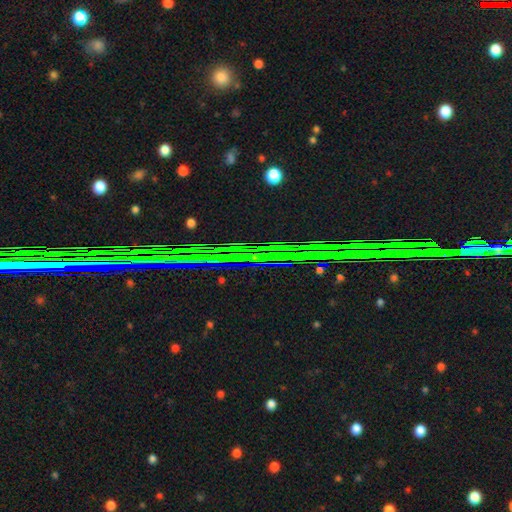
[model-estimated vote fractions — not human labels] Smooth or featured: star or artifact — 86% (featured or disk — 8%)